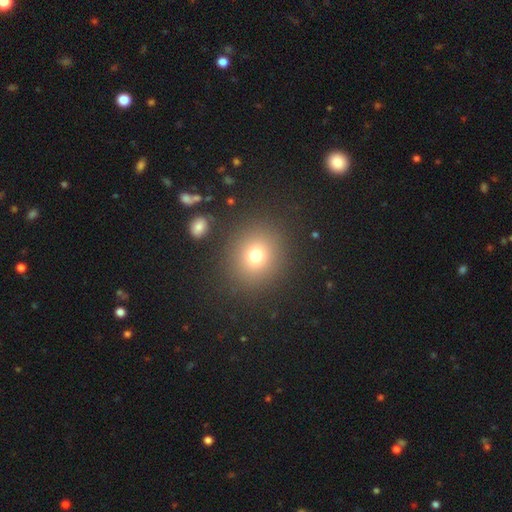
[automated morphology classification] Q: Smooth or featured?
A: smooth (73%); runner-up: star or artifact (17%)
Q: How rounded?
A: round (83%); runner-up: in between (16%)
Q: Merging?
A: none (86%); runner-up: minor disturbance (7%)